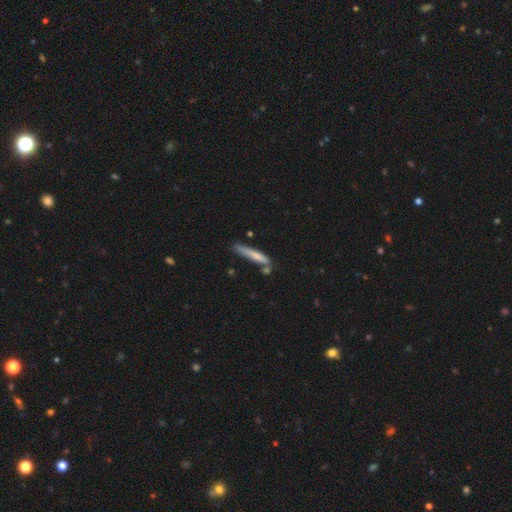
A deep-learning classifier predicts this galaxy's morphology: A smooth galaxy with no disk features (68%) that is cigar-shaped (92%).

Vote fractions:
- Smooth or featured? smooth: 68% / featured or disk: 26% / star or artifact: 6%
- How rounded? cigar-shaped: 92% / in between: 6% / round: 1%
- Merging? none: 64% / minor disturbance: 20% / merger: 11% / major disturbance: 5%